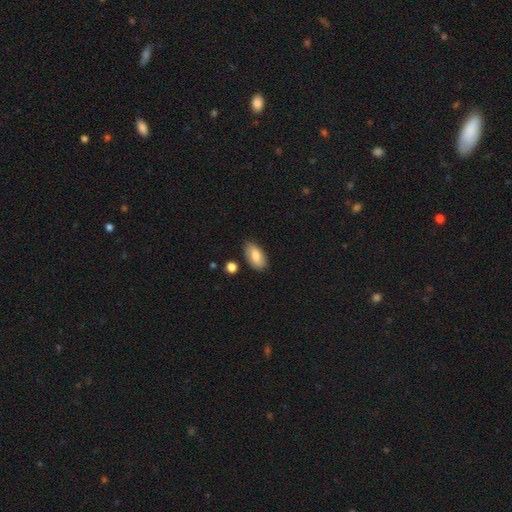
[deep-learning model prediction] Smooth or featured?
  - smooth: 75% *
  - featured or disk: 18%
  - star or artifact: 7%
How rounded?
  - in between: 93% *
  - round: 4%
  - cigar-shaped: 3%
Merging?
  - none: 80% *
  - minor disturbance: 15%
  - merger: 3%
  - major disturbance: 3%